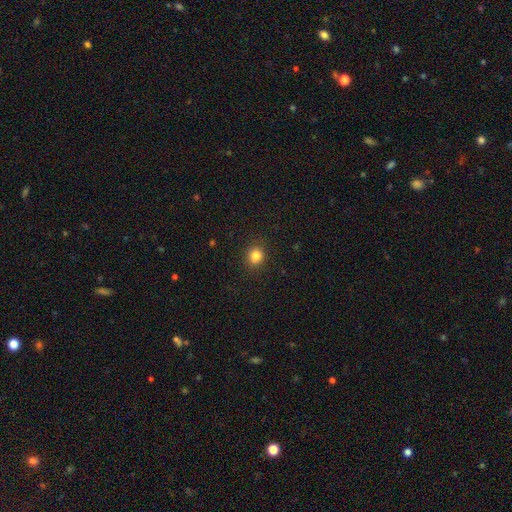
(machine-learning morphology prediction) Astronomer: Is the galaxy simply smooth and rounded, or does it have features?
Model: smooth — 83%.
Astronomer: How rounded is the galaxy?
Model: round — 81%.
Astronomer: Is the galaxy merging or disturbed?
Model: none — 90%.